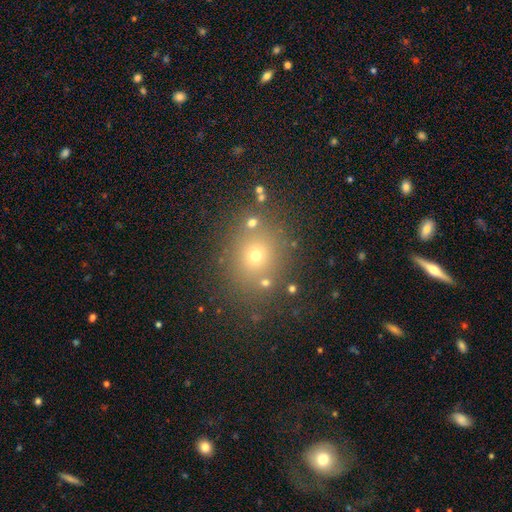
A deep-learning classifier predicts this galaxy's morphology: smooth_or_featured: smooth (p=0.61) [alt: star or artifact p=0.27]
how_rounded: round (p=0.74) [alt: in between p=0.25]
merging: none (p=0.80) [alt: minor disturbance p=0.09]